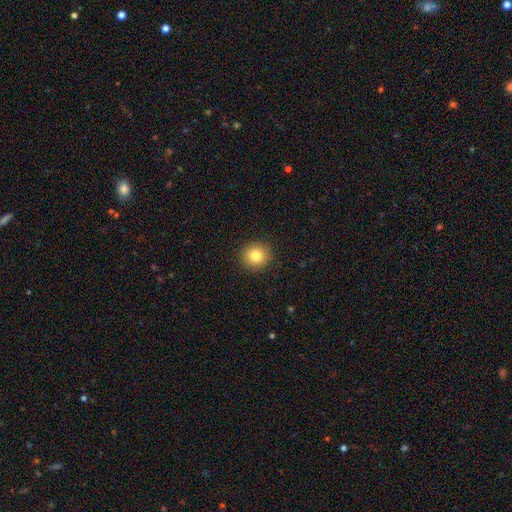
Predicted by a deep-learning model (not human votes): Smooth or featured? Predicted: smooth (p=0.82). How rounded? Predicted: round (p=0.90). Merging? Predicted: none (p=0.92).